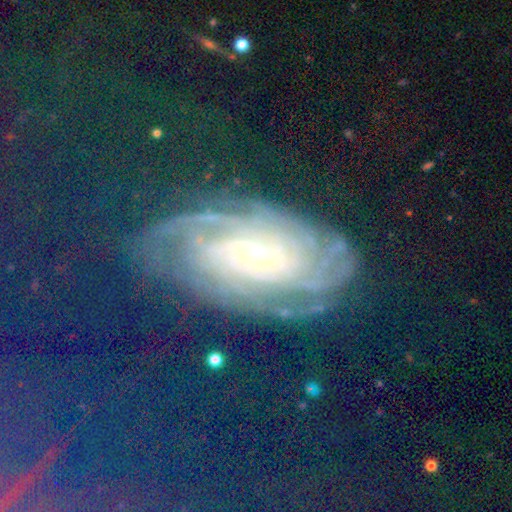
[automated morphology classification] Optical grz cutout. It shows a featured or disk galaxy (64%) with no bar (64%), tight (71%) spiral arms (91%) and a small central bulge (63%). Merging: none (76%).